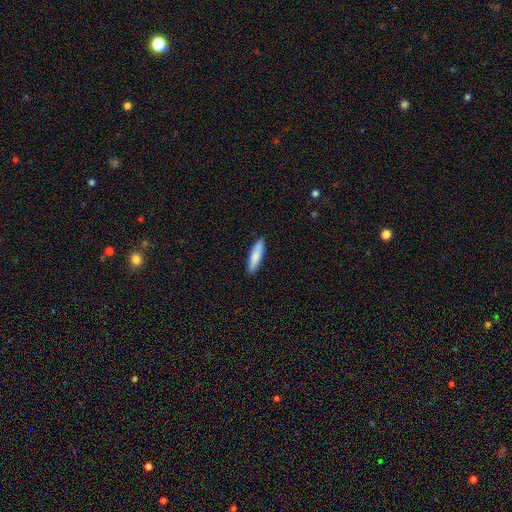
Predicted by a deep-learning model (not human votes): Q: Smooth or featured?
A: smooth (83%); runner-up: featured or disk (12%)
Q: How rounded?
A: cigar-shaped (75%); runner-up: in between (24%)
Q: Merging?
A: none (90%); runner-up: minor disturbance (7%)